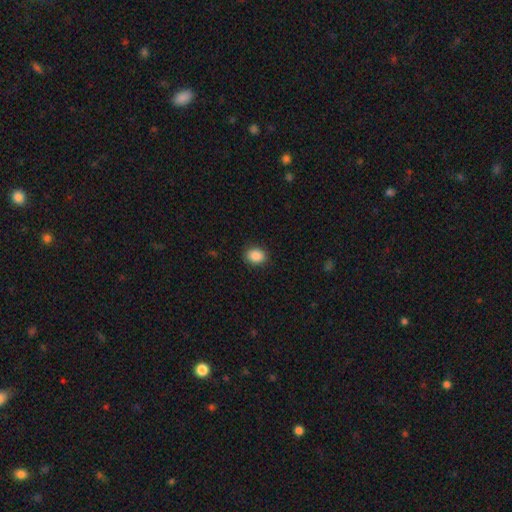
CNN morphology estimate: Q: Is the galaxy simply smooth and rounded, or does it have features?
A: smooth — 89%.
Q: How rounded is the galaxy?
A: in between — 58%.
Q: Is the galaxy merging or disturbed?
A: none — 88%.